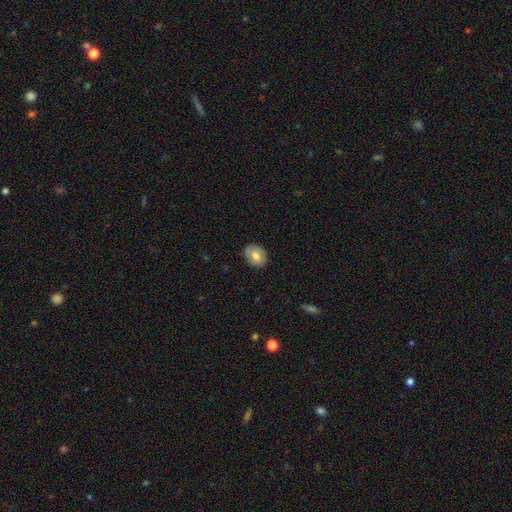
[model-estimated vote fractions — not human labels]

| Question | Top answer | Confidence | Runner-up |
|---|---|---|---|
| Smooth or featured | smooth | 68% | featured or disk (24%) |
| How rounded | in between | 57% | round (42%) |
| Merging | none | 84% | minor disturbance (13%) |